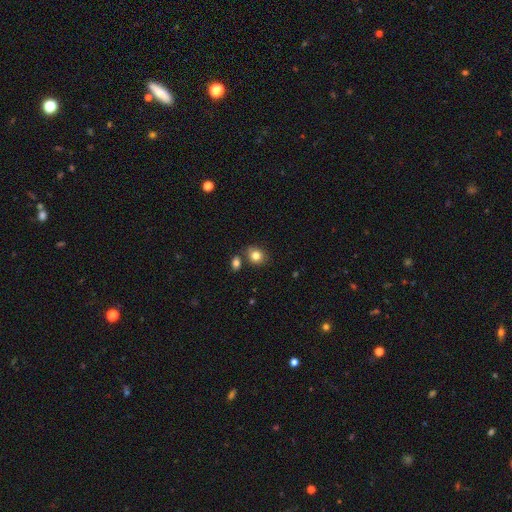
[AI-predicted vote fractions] Smooth or featured? smooth (82%)
How rounded? round (66%)
Merging? none (73%)